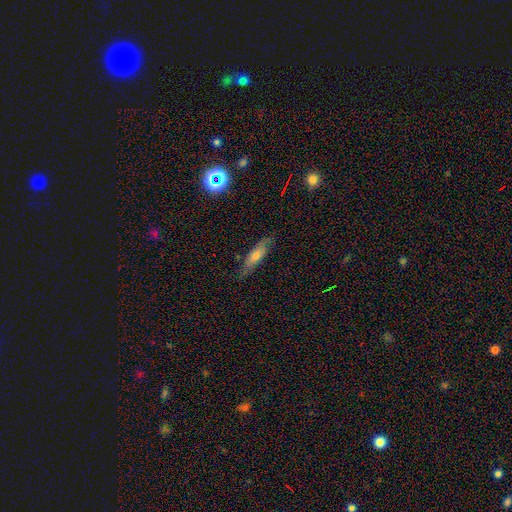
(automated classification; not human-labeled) This is possibly a featured or disk galaxy (51%). It is possibly viewed edge-on (55%). Merging: likely none (76%).